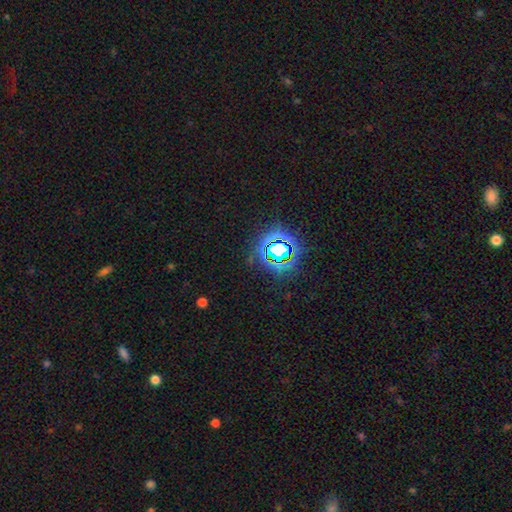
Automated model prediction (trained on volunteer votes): smooth_or_featured: star or artifact (p=0.79) [alt: smooth p=0.15]